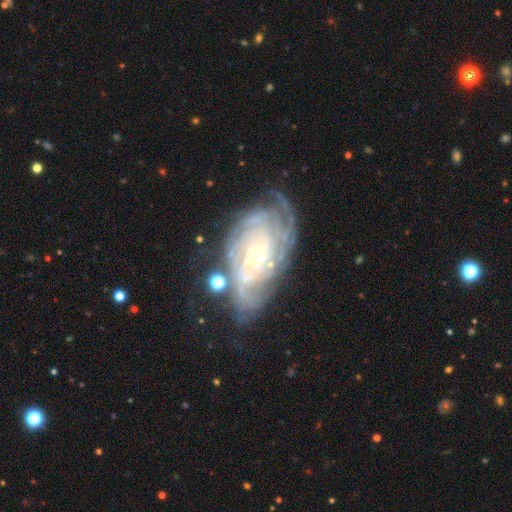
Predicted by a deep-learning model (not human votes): This is clearly a featured or disk galaxy (87%). It is clearly not viewed edge-on (95%). Bar: likely no (70%). Spiral arm pattern: clearly yes (97%). Spiral arm count: marginally can't tell (29%). Spiral winding: likely tight (76%). Central bulge: likely small (78%). Merging: likely none (66%).